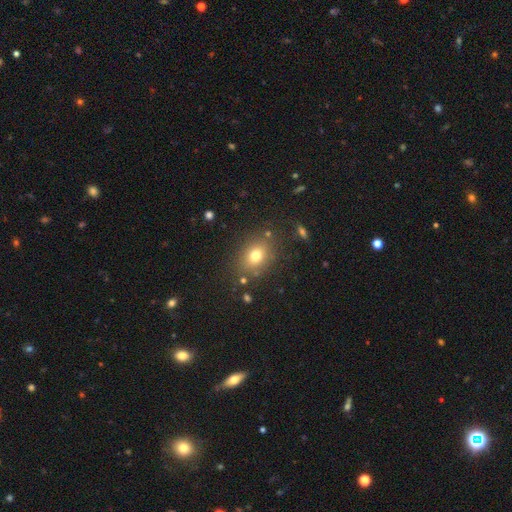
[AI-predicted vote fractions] This appears to be a smooth galaxy with no disk features (74%) that is in between round and cigar-shaped (53%). Merging: none (80%).